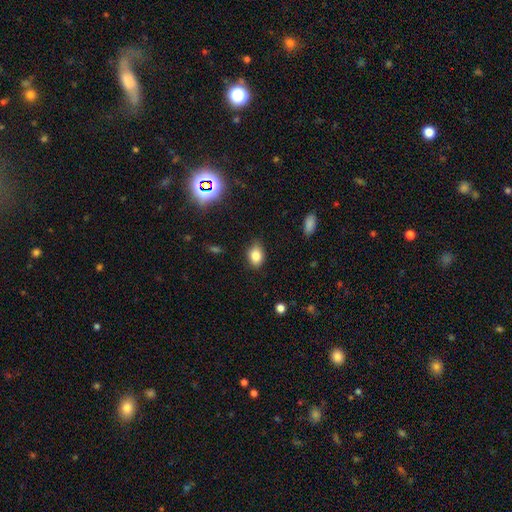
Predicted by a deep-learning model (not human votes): smooth_or_featured: smooth (p=0.83) [alt: star or artifact p=0.10]
how_rounded: in between (p=0.76) [alt: round p=0.23]
merging: none (p=0.77) [alt: minor disturbance p=0.18]